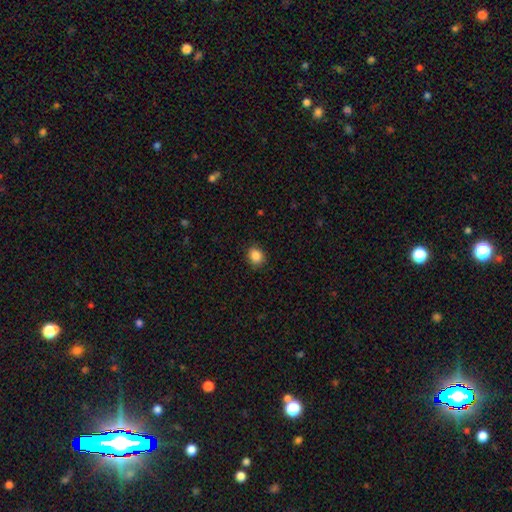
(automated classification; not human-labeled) smooth_or_featured: smooth (p=0.87) [alt: star or artifact p=0.10]
how_rounded: round (p=0.61) [alt: in between p=0.38]
merging: none (p=0.89) [alt: minor disturbance p=0.08]